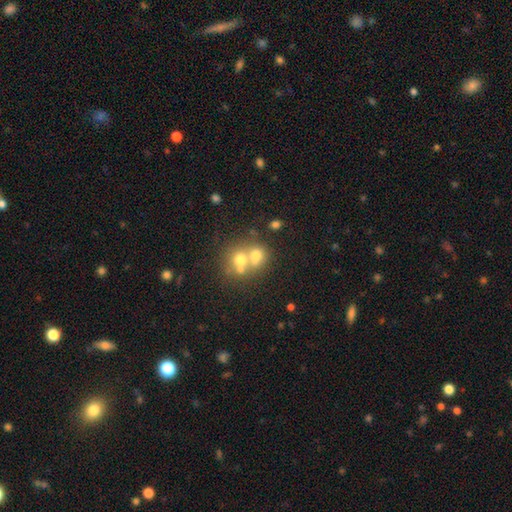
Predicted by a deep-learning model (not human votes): Smooth or featured: smooth — 62% (featured or disk — 24%)
How rounded: round — 73% (in between — 26%)
Merging: merger — 57% (none — 32%)